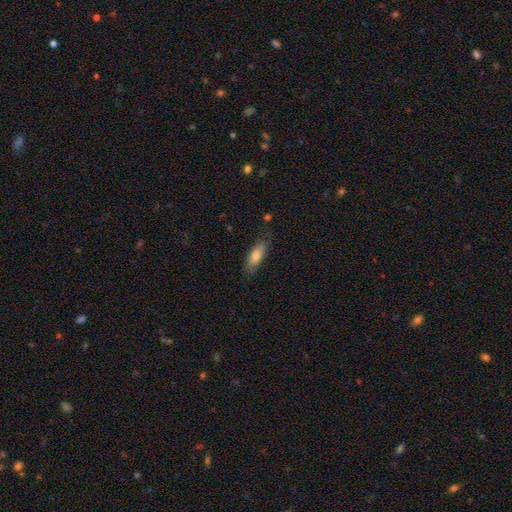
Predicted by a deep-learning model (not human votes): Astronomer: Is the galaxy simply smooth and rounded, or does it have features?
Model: smooth — 73%.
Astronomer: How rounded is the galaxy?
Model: in between — 62%.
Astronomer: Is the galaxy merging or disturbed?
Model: none — 77%.